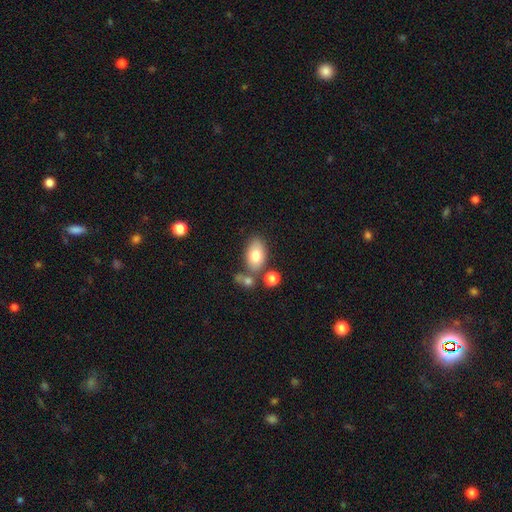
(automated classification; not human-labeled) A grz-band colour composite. It shows a smooth galaxy with no disk features (76%) that is in between round and cigar-shaped (90%). Merging: none (63%).